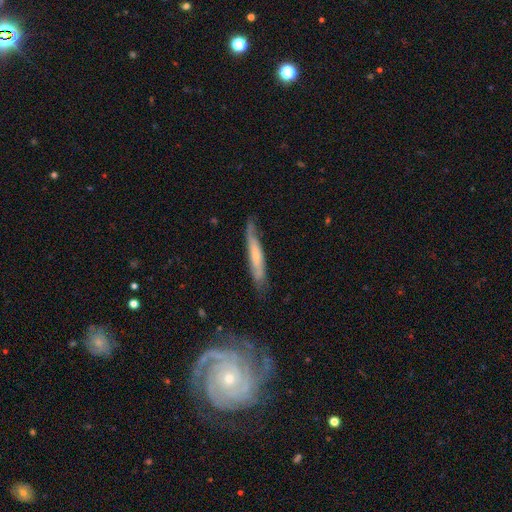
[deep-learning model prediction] Overall: featured or disk (52%; smooth 42%). Edge-on disk: yes (69%; no 31%). Merging: none (67%).